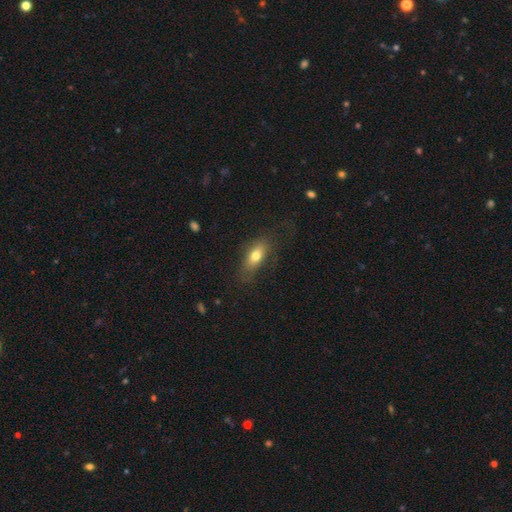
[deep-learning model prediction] Overall: smooth (73%). How rounded: in between (81%). Merging: none (70%).